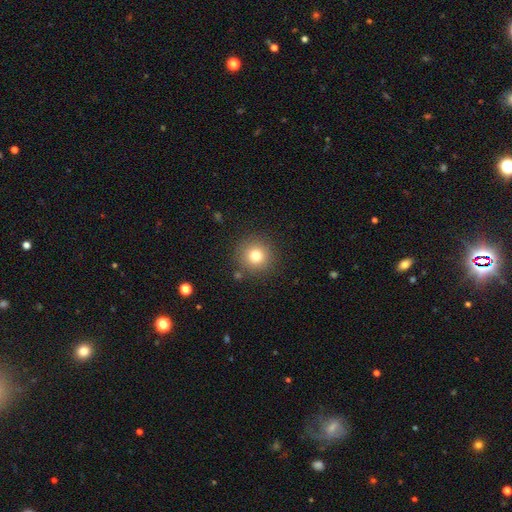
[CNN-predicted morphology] Smooth or featured?
  - smooth: 77% *
  - star or artifact: 13%
  - featured or disk: 10%
How rounded?
  - round: 95% *
  - in between: 4%
  - cigar-shaped: 1%
Merging?
  - none: 88% *
  - minor disturbance: 7%
  - major disturbance: 3%
  - merger: 2%